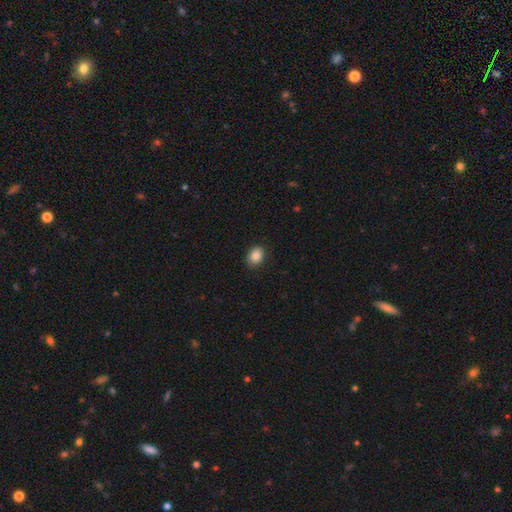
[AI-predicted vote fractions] Smooth or featured: smooth — 87% (star or artifact — 8%)
How rounded: in between — 62% (round — 37%)
Merging: none — 86% (minor disturbance — 11%)